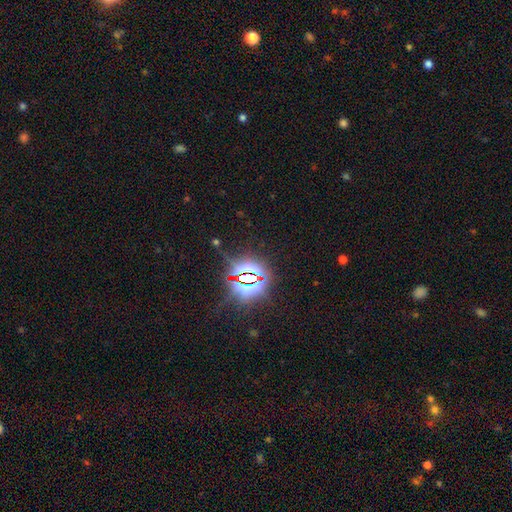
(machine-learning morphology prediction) A star or artifact, not a galaxy (85%).